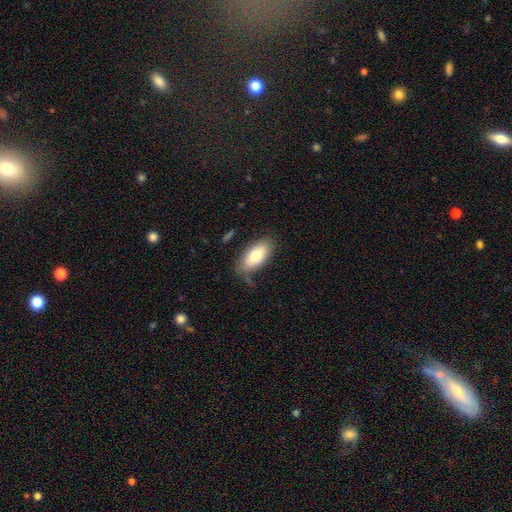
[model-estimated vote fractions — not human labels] The model was most divided on "merging": none: 70%, minor disturbance: 21%, major disturbance: 6%, merger: 3%. More confident: how rounded — in between (92%); smooth or featured — smooth (77%).